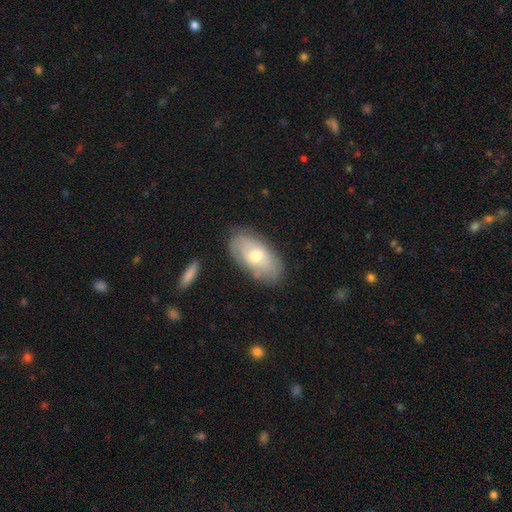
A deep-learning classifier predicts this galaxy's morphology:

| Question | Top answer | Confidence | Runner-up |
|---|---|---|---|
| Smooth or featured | smooth | 54% | featured or disk (39%) |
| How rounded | in between | 93% | round (4%) |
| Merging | none | 78% | minor disturbance (16%) |